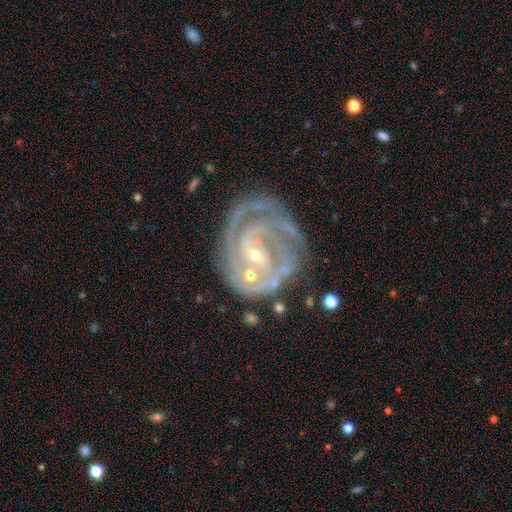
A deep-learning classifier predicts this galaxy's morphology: Smooth or featured? featured or disk (87%)
Edge-on disk? no (98%)
Bar? no (45%)
Spiral arms? yes (96%)
Spiral winding? tight (71%)
Spiral arm count? 3 (28%)
Bulge size? small (78%)
Merging? none (58%)